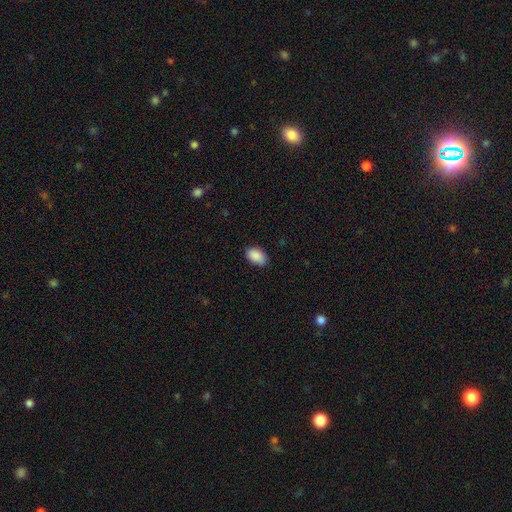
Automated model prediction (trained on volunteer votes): A smooth galaxy with no disk features (90%) that is in between round and cigar-shaped (90%). Merging: none (78%).